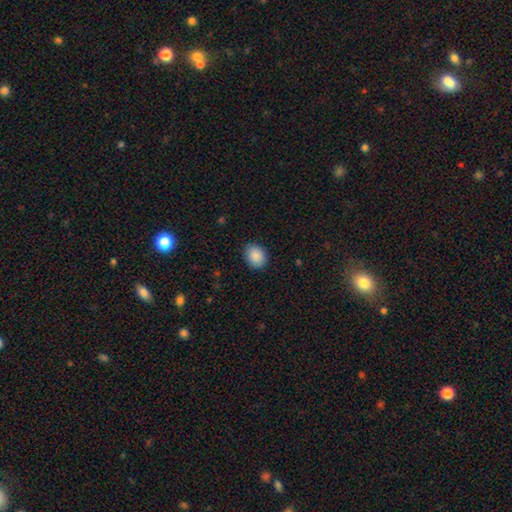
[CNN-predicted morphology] smooth-or-featured: smooth: 89% | star or artifact: 8% | featured or disk: 3%
  how-rounded: in between: 56% | round: 43% | cigar-shaped: 1%
  merging: none: 86% | minor disturbance: 10% | major disturbance: 2% | merger: 1%